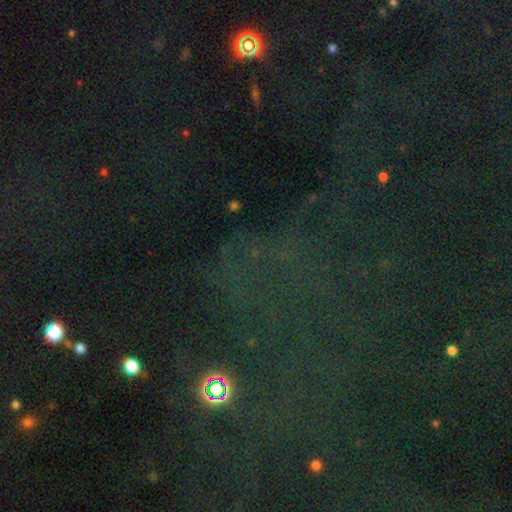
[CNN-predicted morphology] This is likely a star or artifact rather than a galaxy (75%).